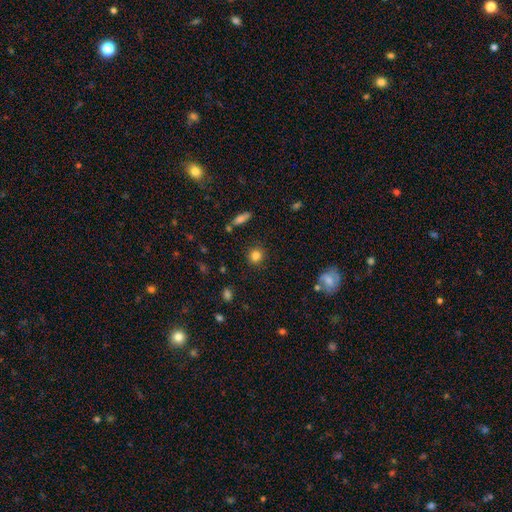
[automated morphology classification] This appears to be a smooth galaxy with no disk features (82%) that is round (88%). Merging: none (88%).